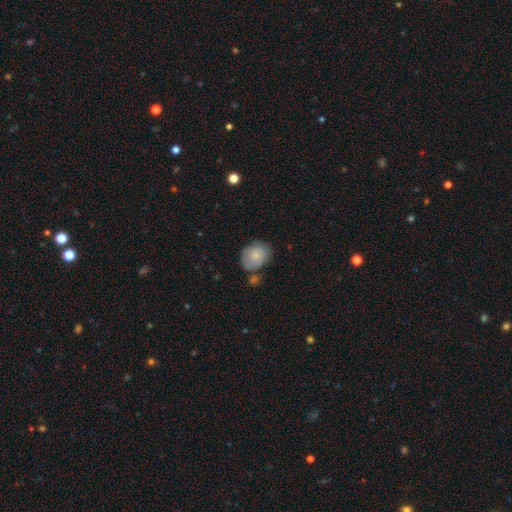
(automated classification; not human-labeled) The model was most divided on "how rounded": in between: 55%, round: 44%, cigar-shaped: 1%. More confident: smooth or featured — smooth (78%); merging — none (59%).